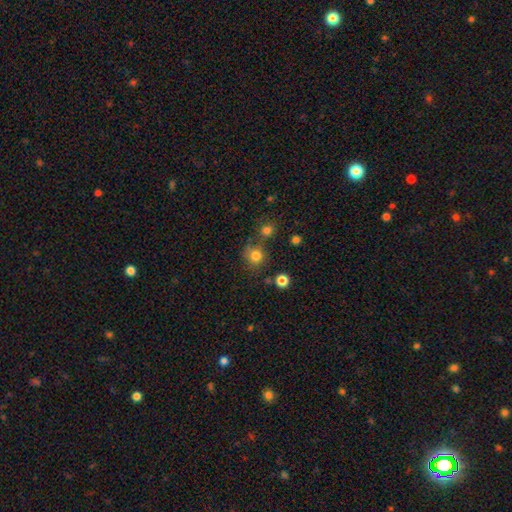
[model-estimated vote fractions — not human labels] smooth-or-featured: smooth: 79% | star or artifact: 14% | featured or disk: 7%
  how-rounded: round: 89% | in between: 10% | cigar-shaped: 1%
  merging: none: 69% | merger: 15% | minor disturbance: 11% | major disturbance: 5%